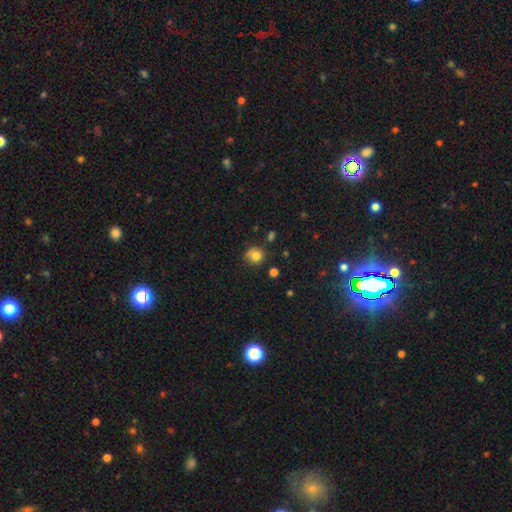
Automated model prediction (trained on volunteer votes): smooth_or_featured: smooth (p=0.79) [alt: star or artifact p=0.12]
how_rounded: round (p=0.85) [alt: in between p=0.14]
merging: none (p=0.63) [alt: minor disturbance p=0.25]